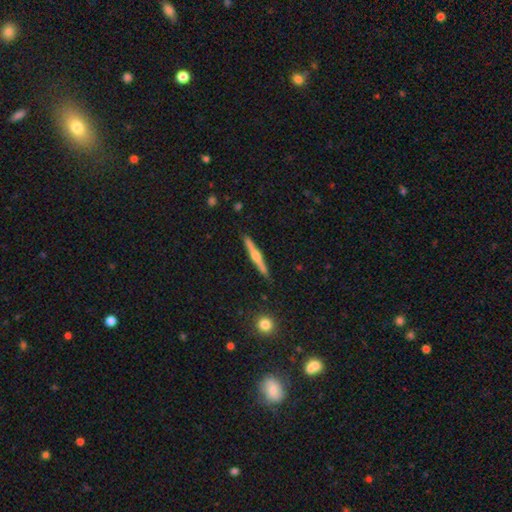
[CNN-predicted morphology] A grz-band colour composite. It shows a featured or disk galaxy (71%) viewed edge-on (98%) with a rounded central bulge (86%). Merging: none (91%).